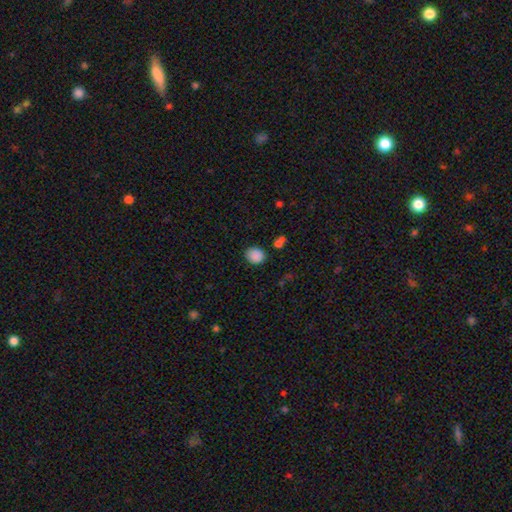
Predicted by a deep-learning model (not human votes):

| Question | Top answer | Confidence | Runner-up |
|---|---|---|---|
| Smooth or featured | smooth | 87% | star or artifact (10%) |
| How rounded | round | 62% | in between (38%) |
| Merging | none | 82% | minor disturbance (12%) |